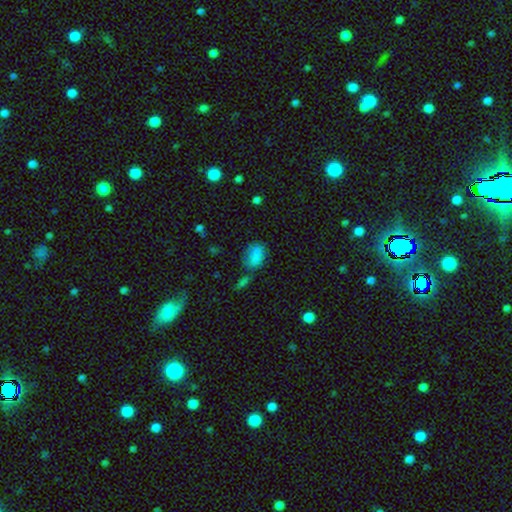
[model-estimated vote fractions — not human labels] The model was most divided on "merging": none: 56%, minor disturbance: 22%, merger: 13%, major disturbance: 9%. More confident: how rounded — in between (79%); smooth or featured — smooth (79%).